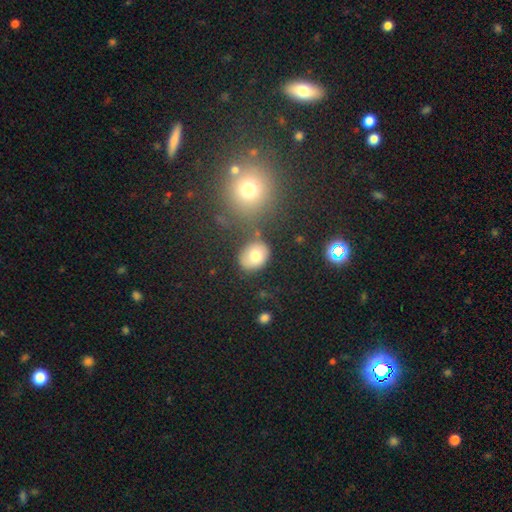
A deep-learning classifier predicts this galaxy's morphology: A smooth galaxy with no disk features (77%) that is round (50%).

Vote fractions:
- Smooth or featured? smooth: 77% / featured or disk: 12% / star or artifact: 10%
- How rounded? round: 50% / in between: 49% / cigar-shaped: 1%
- Merging? none: 70% / minor disturbance: 16% / merger: 9% / major disturbance: 5%